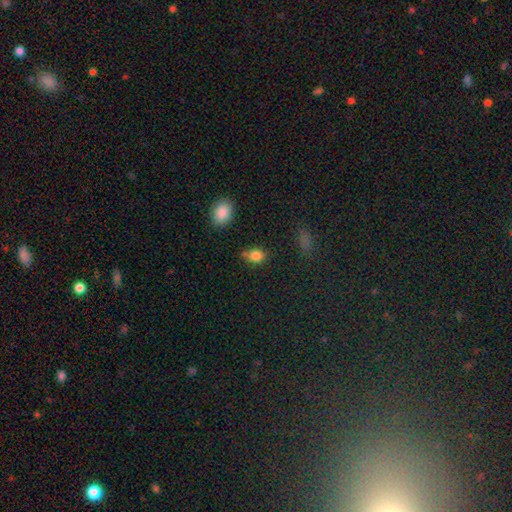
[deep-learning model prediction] smooth_or_featured: smooth (p=0.83) [alt: star or artifact p=0.11]
how_rounded: in between (p=0.51) [alt: round p=0.47]
merging: none (p=0.67) [alt: minor disturbance p=0.19]